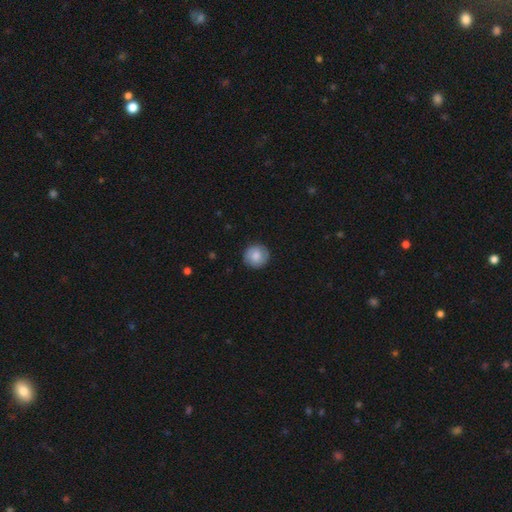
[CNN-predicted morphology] smooth_or_featured: smooth (p=0.77) [alt: featured or disk p=0.16]
how_rounded: round (p=0.93) [alt: in between p=0.07]
merging: none (p=0.88) [alt: minor disturbance p=0.09]